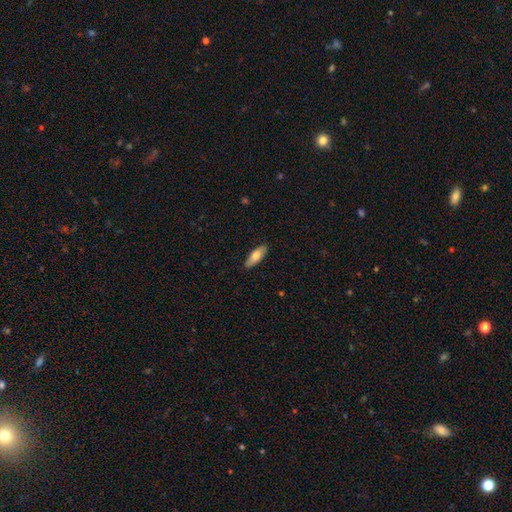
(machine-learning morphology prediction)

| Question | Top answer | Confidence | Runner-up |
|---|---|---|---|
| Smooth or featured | smooth | 75% | featured or disk (19%) |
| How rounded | in between | 68% | cigar-shaped (30%) |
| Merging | none | 88% | minor disturbance (9%) |